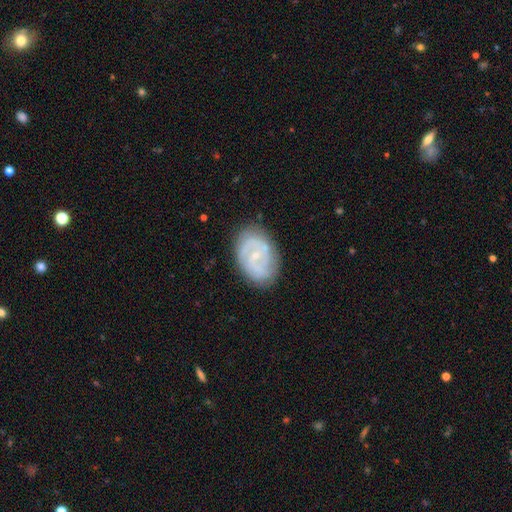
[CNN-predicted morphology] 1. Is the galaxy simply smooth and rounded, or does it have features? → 79% featured or disk, 15% smooth, 6% star or artifact.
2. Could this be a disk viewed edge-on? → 97% no, 3% yes.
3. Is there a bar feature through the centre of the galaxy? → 48% no, 42% weak, 10% strong.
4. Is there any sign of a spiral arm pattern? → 90% yes, 10% no.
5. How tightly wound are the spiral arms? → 47% tight, 40% medium, 12% loose.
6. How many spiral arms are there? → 67% 2, 17% can't tell, 8% 3, 3% 1, 3% 4, 2% more than 4.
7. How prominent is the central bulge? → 75% small, 19% moderate, 4% none, 1% large, 1% dominant.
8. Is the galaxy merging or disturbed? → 82% none, 13% minor disturbance, 4% major disturbance, 1% merger.